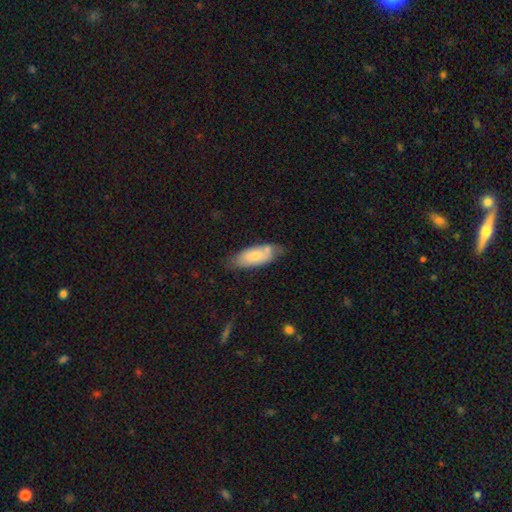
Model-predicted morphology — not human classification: Smooth or featured: smooth — 70% (featured or disk — 24%)
How rounded: in between — 82% (cigar-shaped — 16%)
Merging: none — 60% (minor disturbance — 25%)